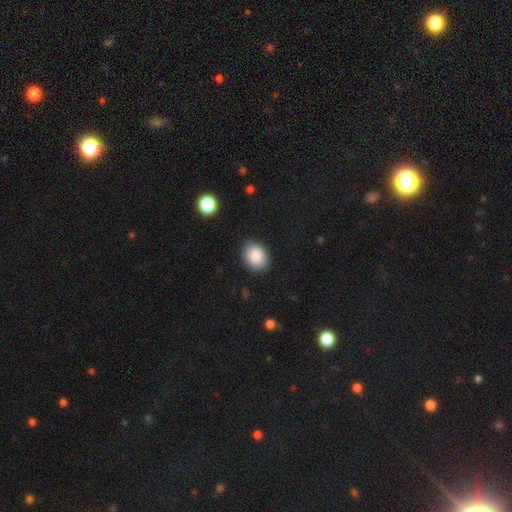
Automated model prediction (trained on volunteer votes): A smooth galaxy with no disk features (88%) that is in between round and cigar-shaped (59%). Merging: none (86%).